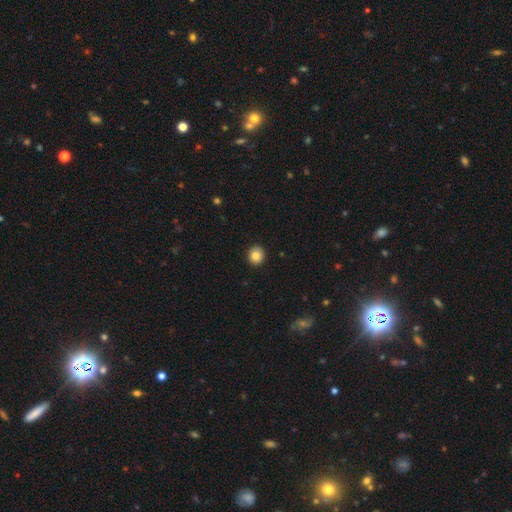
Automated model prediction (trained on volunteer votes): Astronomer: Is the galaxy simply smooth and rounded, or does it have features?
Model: smooth — 84%.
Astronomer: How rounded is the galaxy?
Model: round — 88%.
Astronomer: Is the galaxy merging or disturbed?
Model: none — 90%.